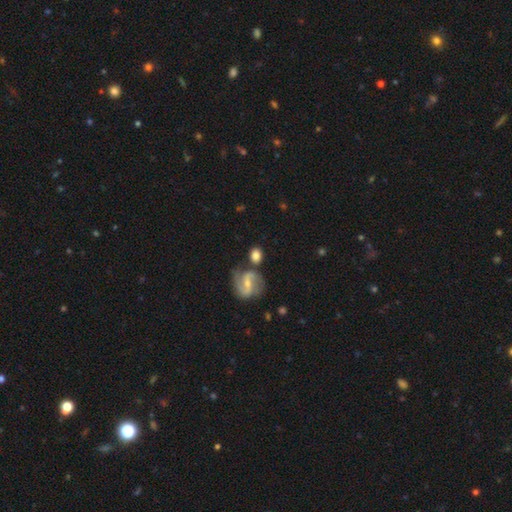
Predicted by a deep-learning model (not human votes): Smooth or featured: smooth — 57% (featured or disk — 35%)
How rounded: round — 67% (in between — 31%)
Merging: none — 65% (merger — 15%)